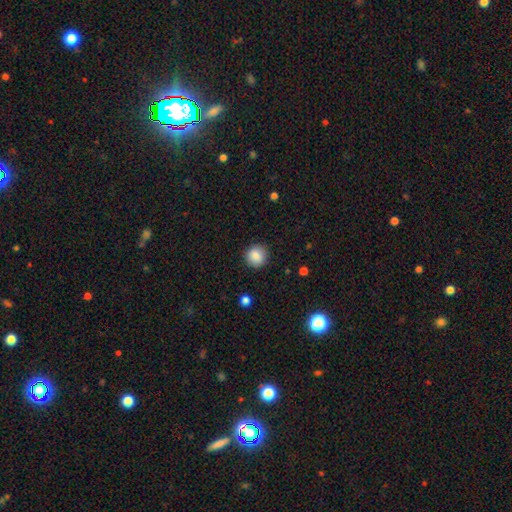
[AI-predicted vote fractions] Smooth or featured: smooth — 87% (star or artifact — 9%)
How rounded: round — 92% (in between — 7%)
Merging: none — 89% (minor disturbance — 8%)